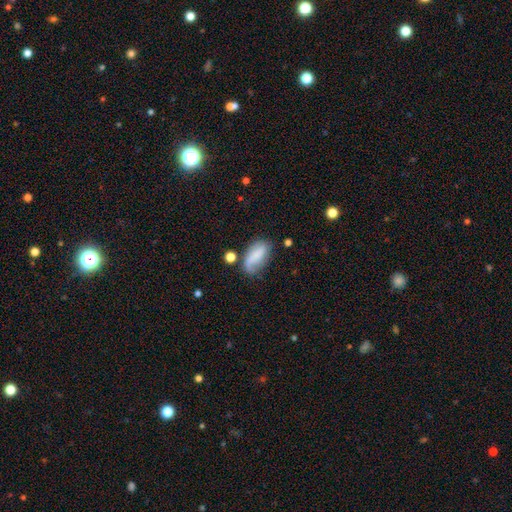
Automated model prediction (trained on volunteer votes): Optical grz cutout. It shows a smooth galaxy with no disk features (64%) that is in between round and cigar-shaped (88%). Merging: none (52%).